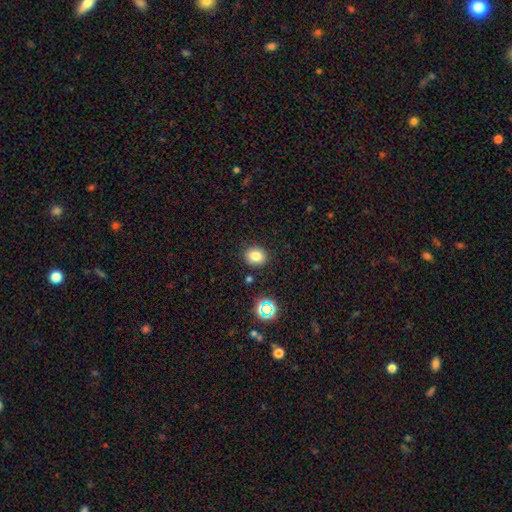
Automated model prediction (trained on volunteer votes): This is likely a smooth galaxy (78%). How rounded: likely round (67%). Merging: clearly none (86%).